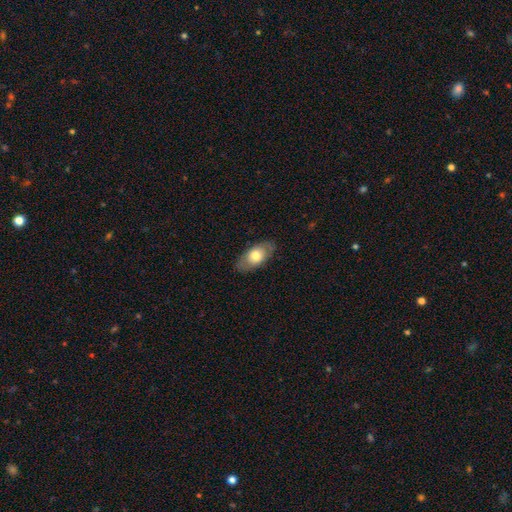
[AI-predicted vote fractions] Smooth or featured?
  - smooth: 64% *
  - featured or disk: 30%
  - star or artifact: 6%
How rounded?
  - in between: 90% *
  - round: 6%
  - cigar-shaped: 4%
Merging?
  - none: 81% *
  - minor disturbance: 14%
  - major disturbance: 4%
  - merger: 1%